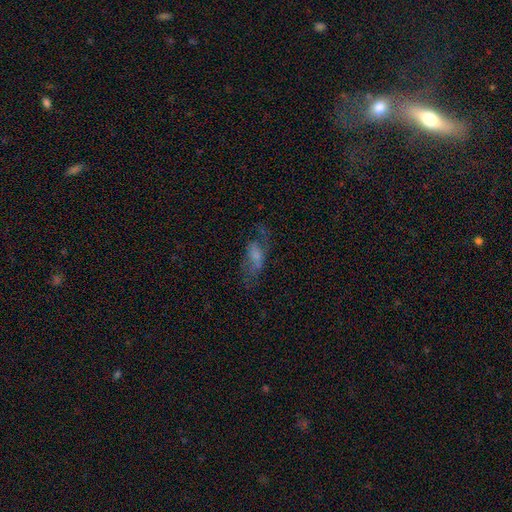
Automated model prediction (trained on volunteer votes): A featured or disk galaxy (45%). Merging: none (46%).